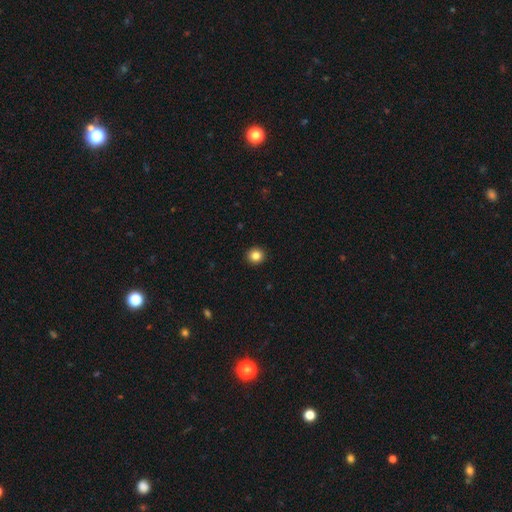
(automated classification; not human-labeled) Smooth or featured?
  - smooth: 85% *
  - star or artifact: 10%
  - featured or disk: 5%
How rounded?
  - round: 88% *
  - in between: 11%
  - cigar-shaped: 1%
Merging?
  - none: 93% *
  - minor disturbance: 5%
  - major disturbance: 1%
  - merger: 1%